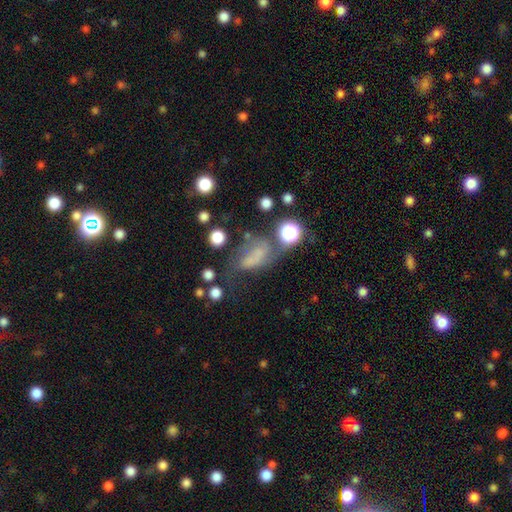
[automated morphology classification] smooth_or_featured: smooth (p=0.45) [alt: featured or disk p=0.34]
merging: none (p=0.32) [tied with: major disturbance p=0.32]